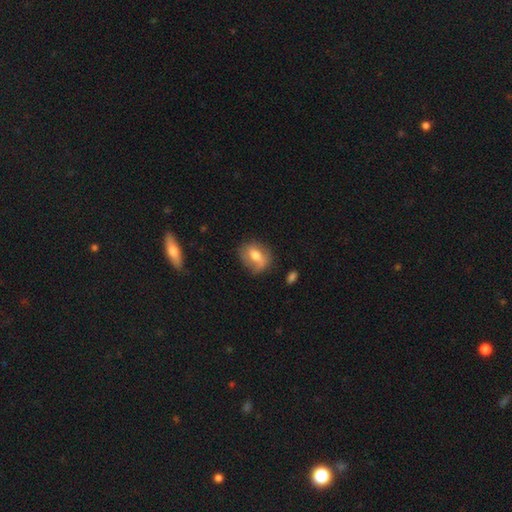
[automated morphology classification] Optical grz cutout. It shows a smooth galaxy with no disk features (57%) that is in between round and cigar-shaped (54%). Merging: none (56%).